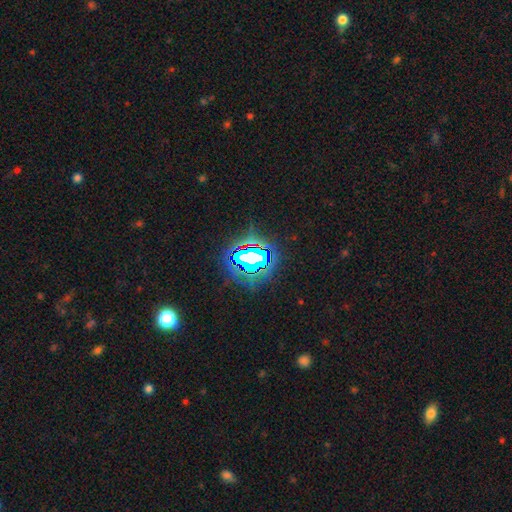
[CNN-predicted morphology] type=star or artifact (72%).